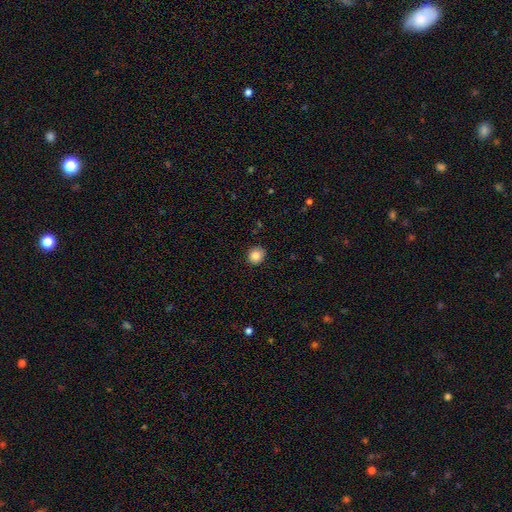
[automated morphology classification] Q: Smooth or featured?
A: smooth (87%); runner-up: star or artifact (9%)
Q: How rounded?
A: round (81%); runner-up: in between (19%)
Q: Merging?
A: none (86%); runner-up: minor disturbance (11%)